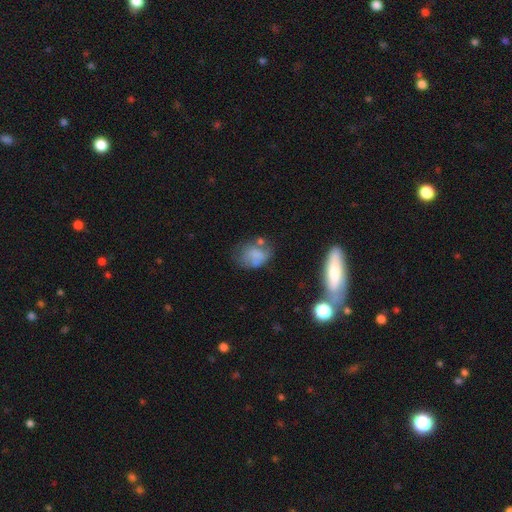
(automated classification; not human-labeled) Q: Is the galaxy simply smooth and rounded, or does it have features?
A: smooth — 62%.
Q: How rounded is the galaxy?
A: in between — 67%.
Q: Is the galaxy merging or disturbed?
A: none — 39%.